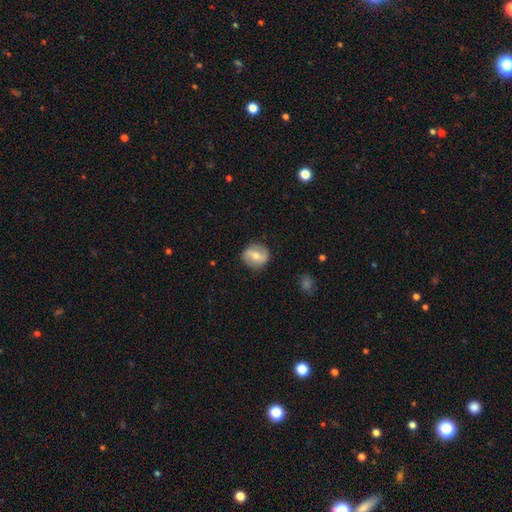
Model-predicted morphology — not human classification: A smooth galaxy with no disk features (47%).

Vote fractions:
- Smooth or featured? smooth: 47% / featured or disk: 46% / star or artifact: 7%
- Merging? none: 86% / minor disturbance: 10% / major disturbance: 3% / merger: 1%